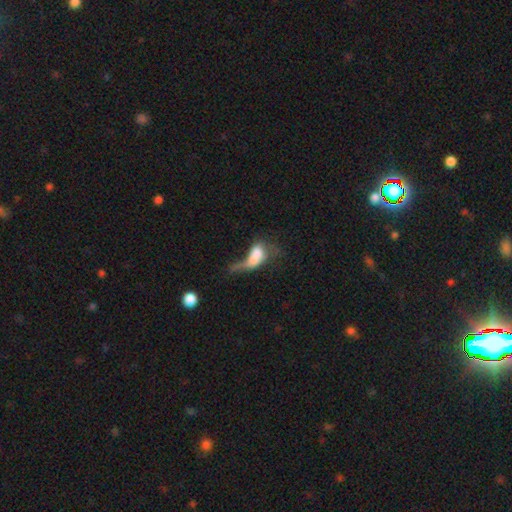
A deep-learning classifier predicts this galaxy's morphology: Smooth or featured? smooth (54%)
How rounded? in between (78%)
Merging? major disturbance (40%)